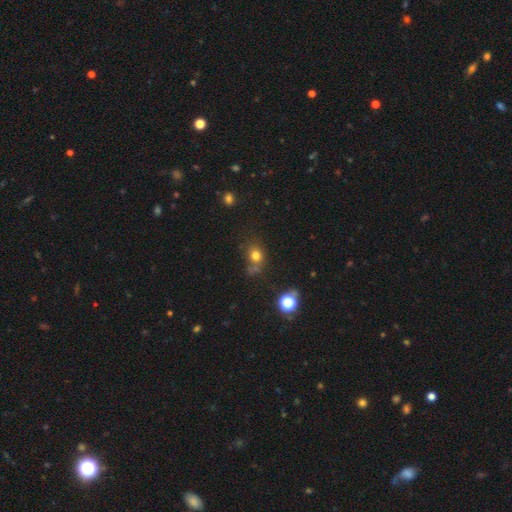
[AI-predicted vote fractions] smooth_or_featured: smooth (p=0.74) [alt: star or artifact p=0.18]
how_rounded: round (p=0.72) [alt: in between p=0.27]
merging: none (p=0.62) [alt: minor disturbance p=0.16]